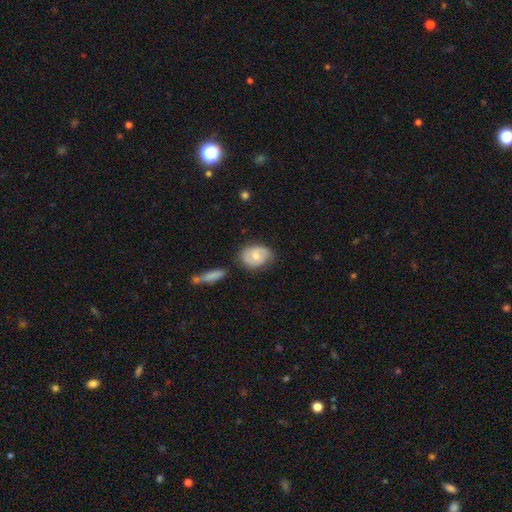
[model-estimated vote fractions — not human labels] Morphology: type=smooth (58%); roundness=in between (64%); merging=none (68%).